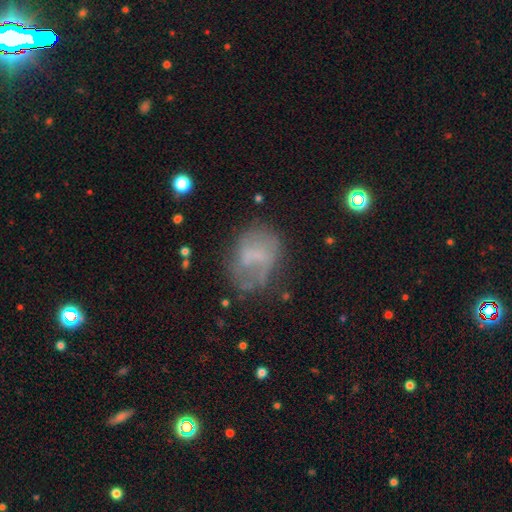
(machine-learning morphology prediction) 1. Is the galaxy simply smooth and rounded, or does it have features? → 45% smooth, 43% featured or disk, 13% star or artifact.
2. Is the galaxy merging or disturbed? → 47% none, 25% minor disturbance, 22% major disturbance, 5% merger.